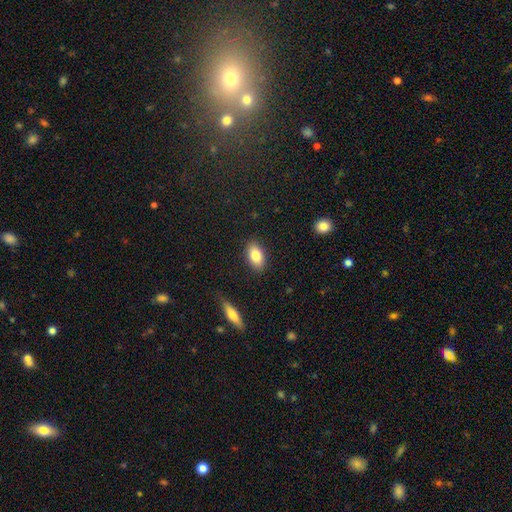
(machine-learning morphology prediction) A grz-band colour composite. It shows a smooth galaxy with no disk features (82%) that is in between round and cigar-shaped (90%). Merging: none (87%).